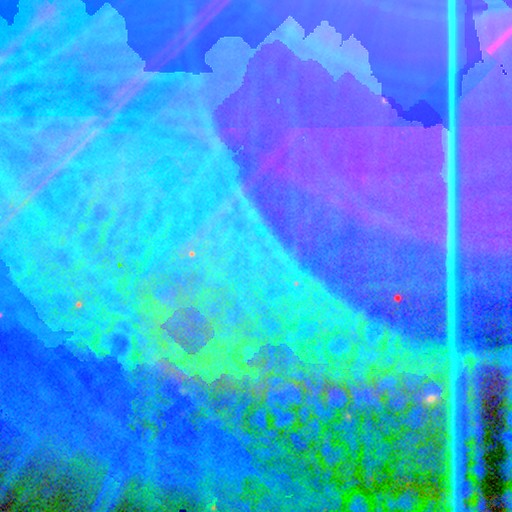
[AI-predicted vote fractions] Morphology: type=star or artifact (84%).